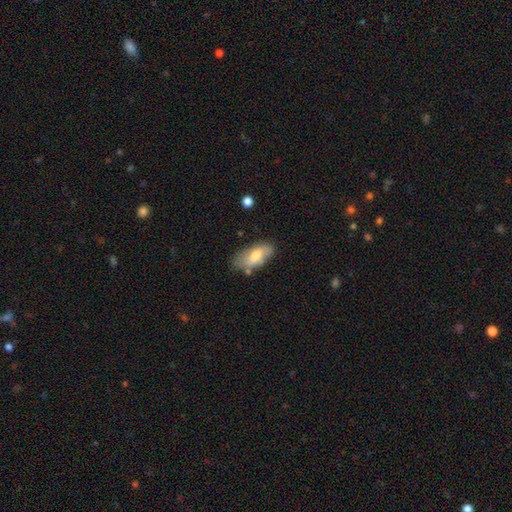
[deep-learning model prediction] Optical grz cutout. It shows a smooth galaxy with no disk features (65%) that is in between round and cigar-shaped (89%). Merging: none (68%).